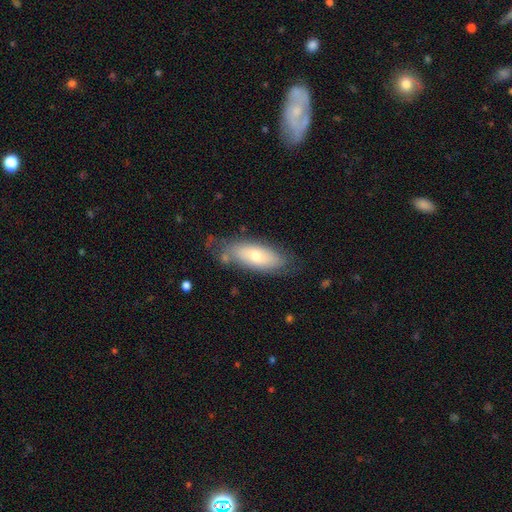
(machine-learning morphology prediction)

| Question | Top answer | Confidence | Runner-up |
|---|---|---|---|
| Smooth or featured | smooth | 63% | featured or disk (31%) |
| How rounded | in between | 73% | cigar-shaped (25%) |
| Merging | none | 66% | minor disturbance (23%) |